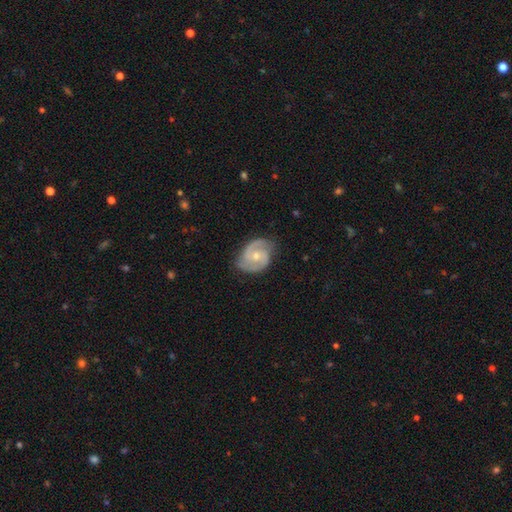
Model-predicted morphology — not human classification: A featured or disk galaxy (83%) with no bar (60%), 2 (83%) medium (49%) spiral arms (95%) and a moderate central bulge (51%). Merging: none (71%).